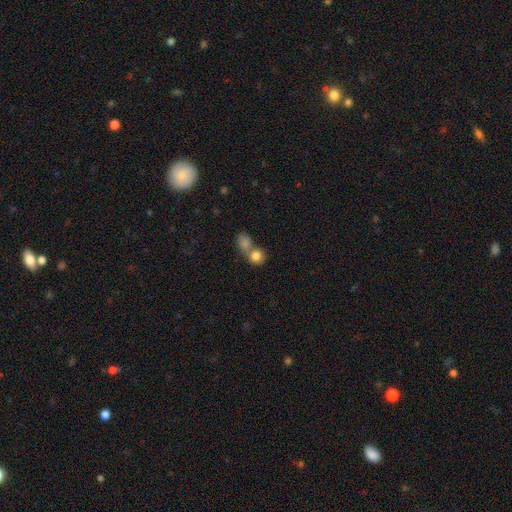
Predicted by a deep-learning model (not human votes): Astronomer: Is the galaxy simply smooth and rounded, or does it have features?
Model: smooth — 82%.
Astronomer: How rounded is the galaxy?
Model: round — 74%.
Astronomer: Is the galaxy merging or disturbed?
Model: merger — 60%.